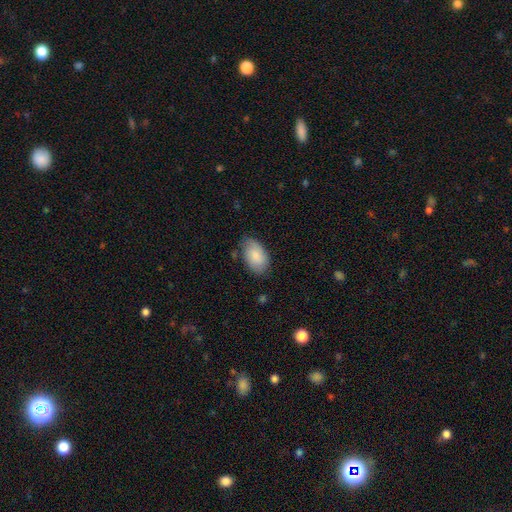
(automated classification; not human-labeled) A smooth galaxy with no disk features (82%) that is in between round and cigar-shaped (94%).

Vote fractions:
- Smooth or featured? smooth: 82% / featured or disk: 12% / star or artifact: 6%
- How rounded? in between: 94% / round: 5% / cigar-shaped: 1%
- Merging? none: 71% / minor disturbance: 23% / major disturbance: 4% / merger: 2%